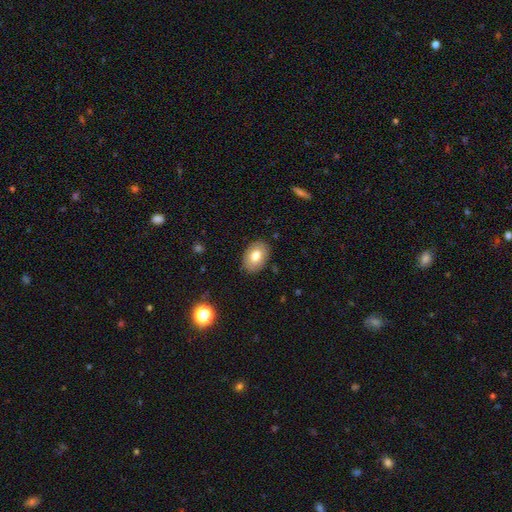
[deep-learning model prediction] A smooth galaxy with no disk features (77%) that is in between round and cigar-shaped (84%). Merging: none (87%).